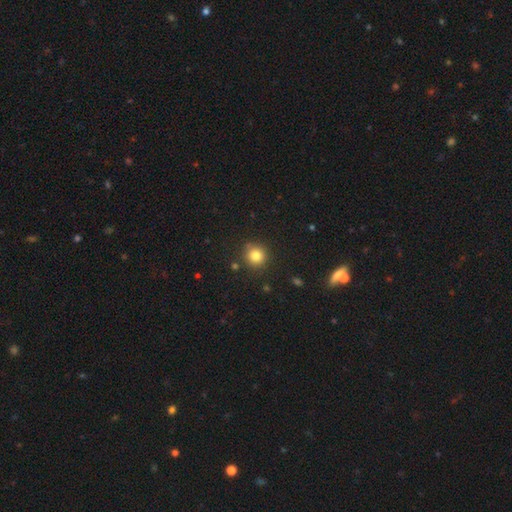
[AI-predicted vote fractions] Smooth or featured: smooth — 82% (star or artifact — 12%)
How rounded: round — 93% (in between — 6%)
Merging: none — 86% (minor disturbance — 8%)